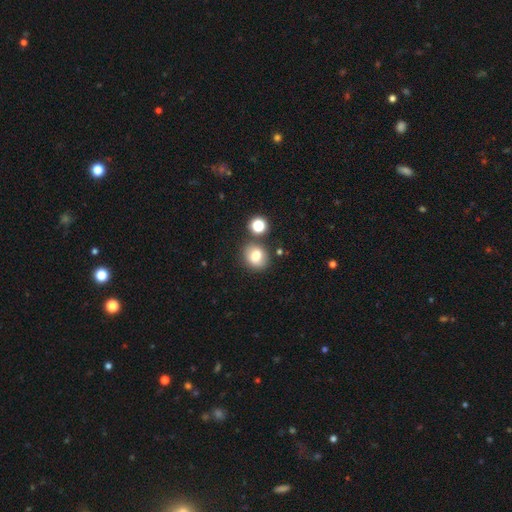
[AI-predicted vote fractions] Smooth or featured: smooth — 77% (star or artifact — 12%)
How rounded: round — 65% (in between — 34%)
Merging: none — 72% (minor disturbance — 14%)